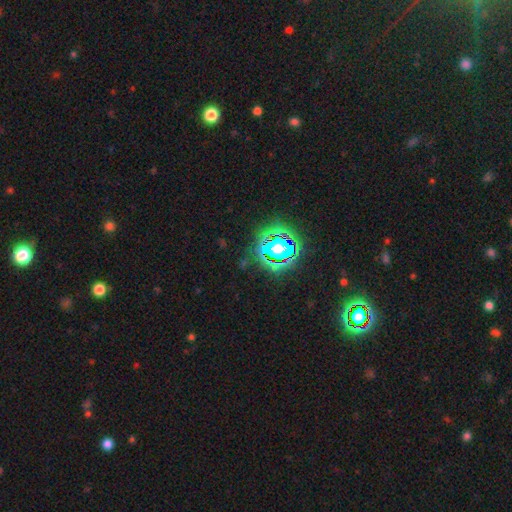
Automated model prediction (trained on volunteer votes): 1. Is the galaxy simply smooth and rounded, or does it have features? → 82% star or artifact, 11% smooth, 7% featured or disk.